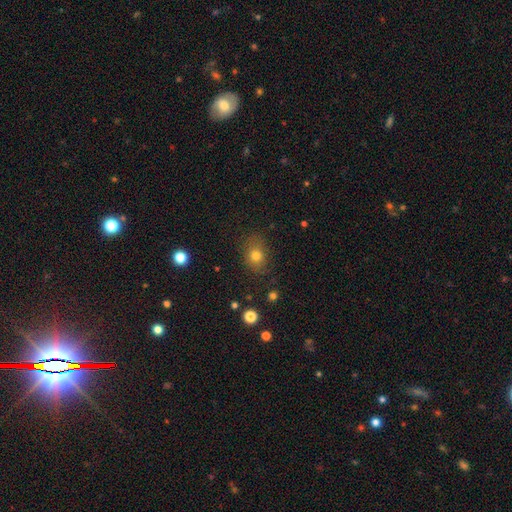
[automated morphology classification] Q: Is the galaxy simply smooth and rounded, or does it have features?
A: smooth — 75%.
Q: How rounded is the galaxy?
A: in between — 50%.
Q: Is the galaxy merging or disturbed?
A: none — 78%.